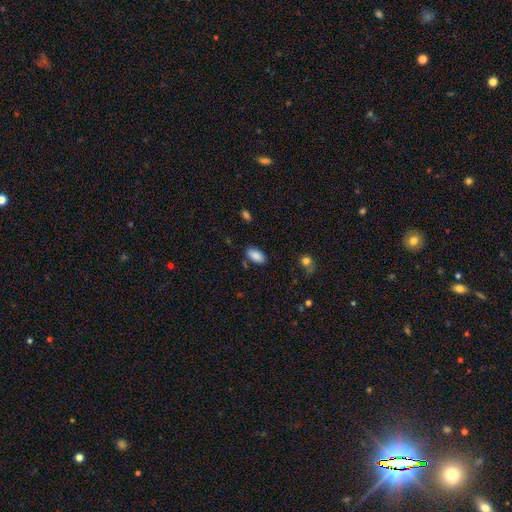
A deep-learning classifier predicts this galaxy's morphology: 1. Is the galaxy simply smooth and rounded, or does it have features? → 88% smooth, 7% star or artifact, 5% featured or disk.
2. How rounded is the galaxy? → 94% in between, 3% cigar-shaped, 3% round.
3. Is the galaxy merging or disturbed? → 80% none, 13% minor disturbance, 4% merger, 3% major disturbance.